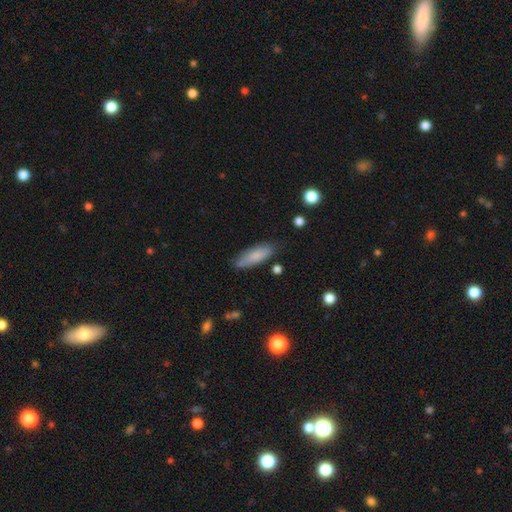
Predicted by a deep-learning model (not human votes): The model was most divided on "how rounded": in between: 55%, cigar-shaped: 43%, round: 2%. More confident: smooth or featured — smooth (79%); merging — none (79%).